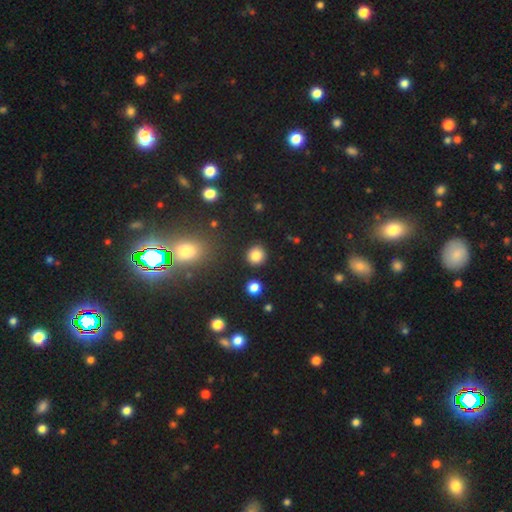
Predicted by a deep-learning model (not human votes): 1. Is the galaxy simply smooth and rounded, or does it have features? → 84% smooth, 12% star or artifact, 5% featured or disk.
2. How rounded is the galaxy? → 90% round, 9% in between, 1% cigar-shaped.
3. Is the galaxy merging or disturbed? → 89% none, 6% minor disturbance, 2% merger, 2% major disturbance.